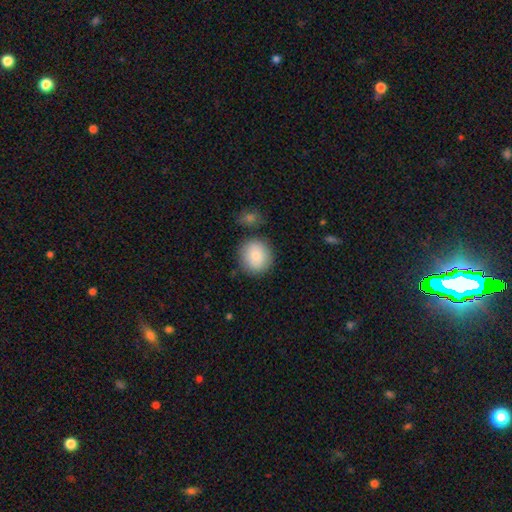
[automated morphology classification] smooth-or-featured: smooth: 82% | featured or disk: 11% | star or artifact: 7%
  how-rounded: round: 89% | in between: 10% | cigar-shaped: 1%
  merging: none: 80% | minor disturbance: 11% | merger: 6% | major disturbance: 3%